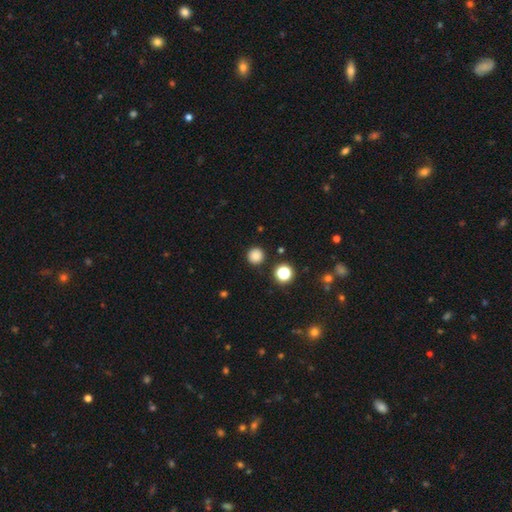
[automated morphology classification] smooth_or_featured: smooth (p=0.83) [alt: star or artifact p=0.13]
how_rounded: round (p=0.95) [alt: in between p=0.04]
merging: none (p=0.91) [alt: minor disturbance p=0.05]